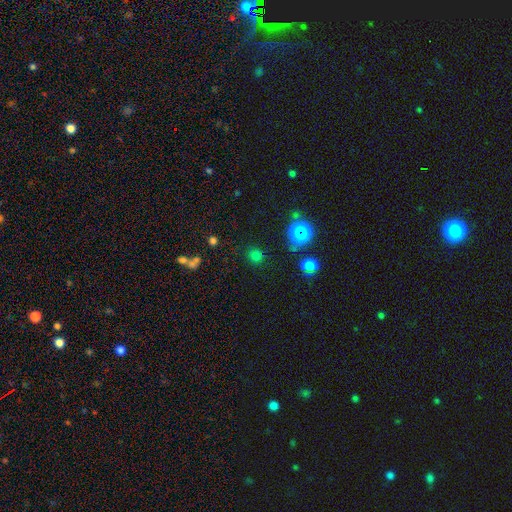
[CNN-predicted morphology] Smooth or featured: smooth — 69% (star or artifact — 26%)
How rounded: round — 88% (in between — 11%)
Merging: none — 85% (minor disturbance — 9%)